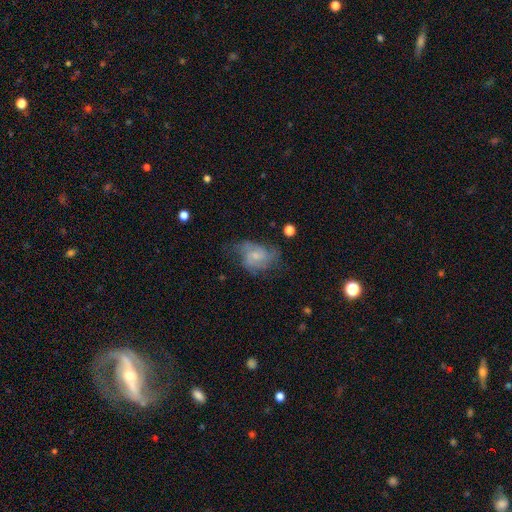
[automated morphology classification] The model was most divided on "merging": none: 44%, minor disturbance: 29%, major disturbance: 24%, merger: 2%. More confident: edge-on disk — no (97%); spiral arms — yes (81%); bar — no (65%); bulge size — small (61%); smooth or featured — featured or disk (60%).